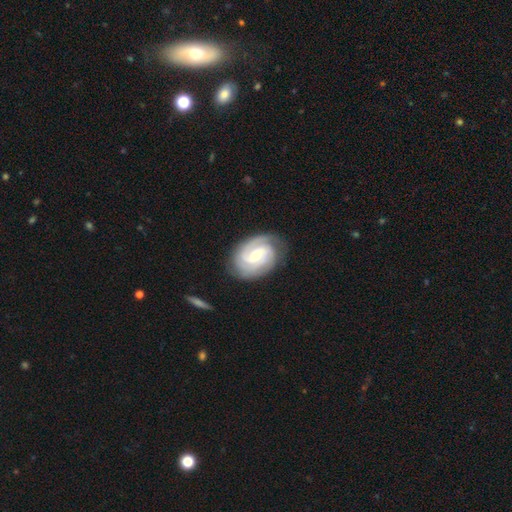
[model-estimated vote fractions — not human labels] Smooth or featured?
  - featured or disk: 86% *
  - smooth: 10%
  - star or artifact: 4%
Edge-on disk?
  - no: 97% *
  - yes: 3%
Bar?
  - weak: 49% *
  - no: 35%
  - strong: 16%
Spiral arms?
  - yes: 97% *
  - no: 3%
Spiral winding?
  - tight: 63% *
  - medium: 31%
  - loose: 6%
Spiral arm count?
  - 2: 40% *
  - 3: 31%
  - can't tell: 15%
  - 4: 6%
  - 1: 4%
  - more than 4: 4%
Bulge size?
  - moderate: 51% *
  - small: 45%
  - large: 2%
  - none: 1%
  - dominant: 1%
Merging?
  - none: 80% *
  - minor disturbance: 14%
  - major disturbance: 4%
  - merger: 1%